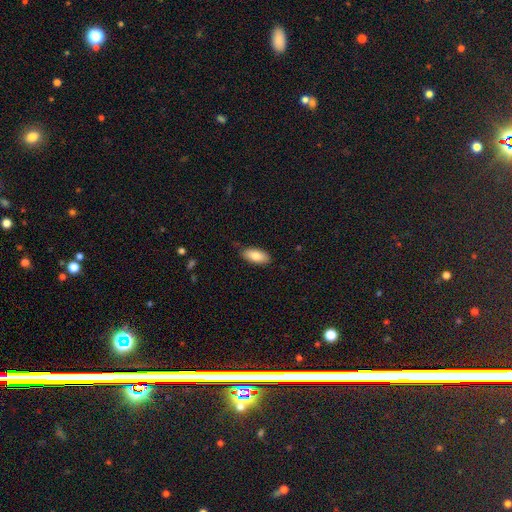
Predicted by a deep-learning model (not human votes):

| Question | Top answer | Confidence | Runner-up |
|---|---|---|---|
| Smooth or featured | smooth | 83% | featured or disk (10%) |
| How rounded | in between | 87% | cigar-shaped (11%) |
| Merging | none | 81% | minor disturbance (15%) |